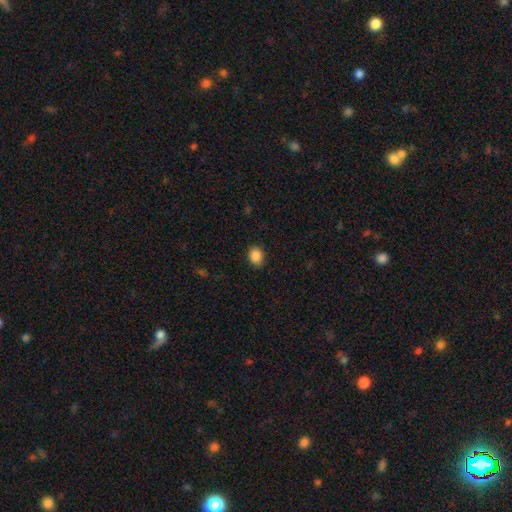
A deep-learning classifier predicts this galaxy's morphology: Q: Smooth or featured?
A: smooth (88%); runner-up: star or artifact (9%)
Q: How rounded?
A: in between (54%); runner-up: round (45%)
Q: Merging?
A: none (86%); runner-up: minor disturbance (10%)